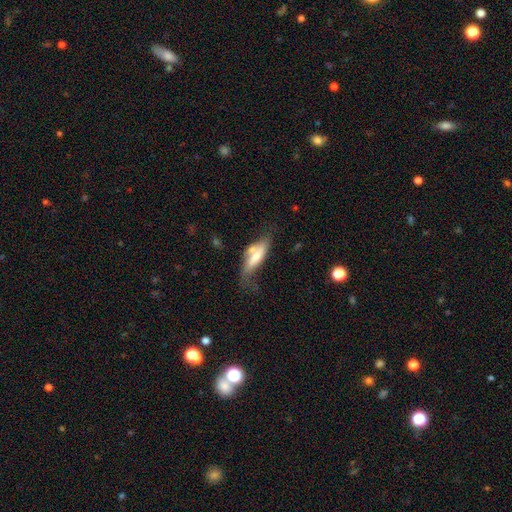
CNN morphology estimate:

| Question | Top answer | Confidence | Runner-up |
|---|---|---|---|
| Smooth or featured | smooth | 58% | featured or disk (35%) |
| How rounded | in between | 62% | cigar-shaped (36%) |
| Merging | minor disturbance | 30% | none (28%) |